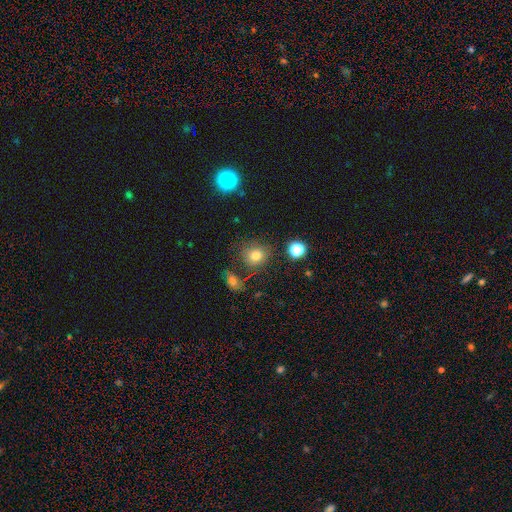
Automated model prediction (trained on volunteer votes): smooth 77%, star or artifact 16%, featured or disk 8%. Down the decision tree: how rounded — round (79%); merging — none (78%).